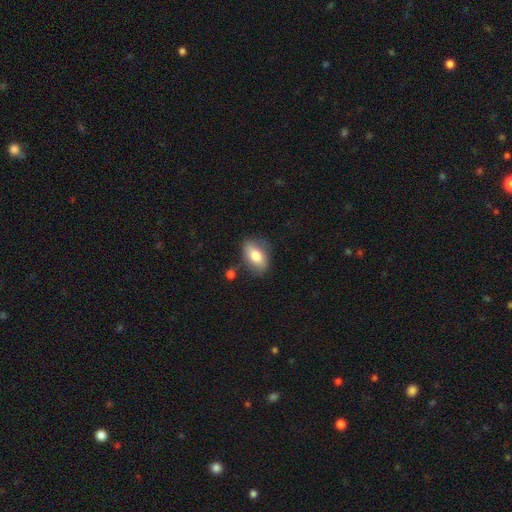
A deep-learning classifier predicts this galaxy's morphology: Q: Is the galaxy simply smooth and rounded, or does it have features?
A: smooth — 75%.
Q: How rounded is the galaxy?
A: in between — 87%.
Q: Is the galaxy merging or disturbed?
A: none — 74%.